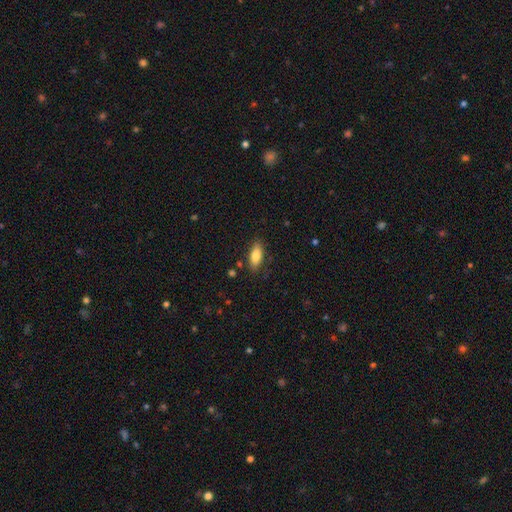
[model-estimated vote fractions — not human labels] smooth_or_featured: smooth (p=0.80) [alt: featured or disk p=0.13]
how_rounded: in between (p=0.82) [alt: cigar-shaped p=0.16]
merging: none (p=0.83) [alt: minor disturbance p=0.13]